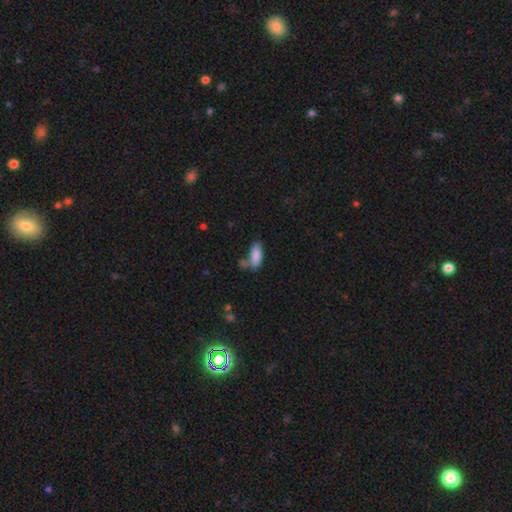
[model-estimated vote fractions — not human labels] This is clearly a smooth galaxy (86%). How rounded: likely in between (78%). Merging: possibly none (56%).